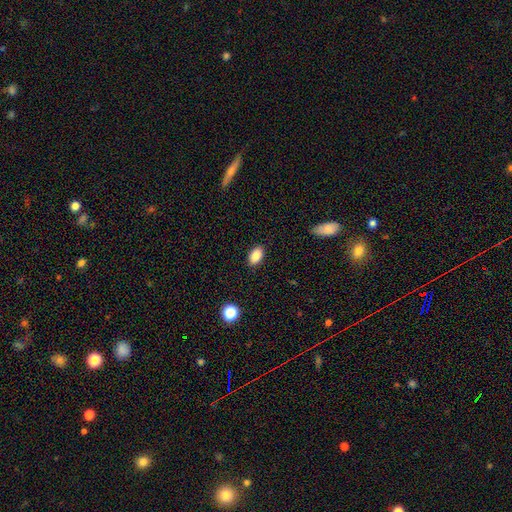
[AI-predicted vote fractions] The model was most divided on "smooth or featured": smooth: 86%, star or artifact: 8%, featured or disk: 6%. More confident: how rounded — in between (90%); merging — none (88%).